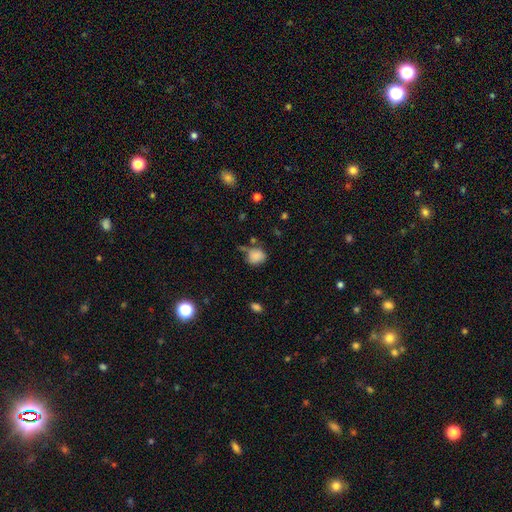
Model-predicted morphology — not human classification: Smooth or featured?
  - smooth: 84% *
  - star or artifact: 10%
  - featured or disk: 6%
How rounded?
  - round: 60% *
  - in between: 38%
  - cigar-shaped: 1%
Merging?
  - none: 52% *
  - minor disturbance: 27%
  - merger: 11%
  - major disturbance: 10%